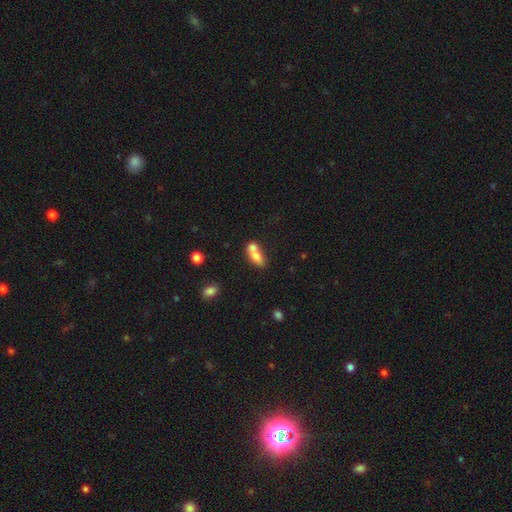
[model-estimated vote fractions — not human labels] A smooth galaxy with no disk features (71%) that is in between round and cigar-shaped (76%).

Vote fractions:
- Smooth or featured? smooth: 71% / featured or disk: 19% / star or artifact: 9%
- How rounded? in between: 76% / cigar-shaped: 14% / round: 11%
- Merging? merger: 59% / none: 27% / minor disturbance: 9% / major disturbance: 5%